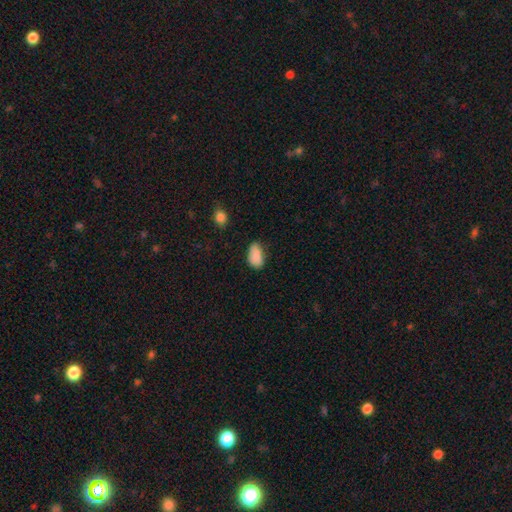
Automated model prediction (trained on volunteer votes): Smooth or featured? smooth (86%)
How rounded? in between (92%)
Merging? none (56%)